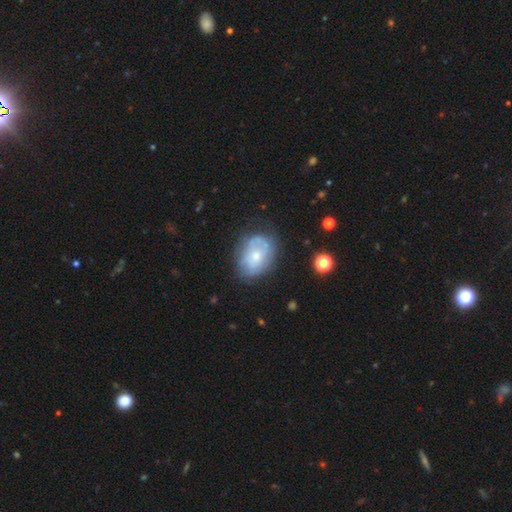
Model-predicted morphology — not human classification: Overall: featured or disk (53%; smooth 40%). Edge-on disk: no (96%). Bar: no (84%). Spiral arms: no (53%; yes 47%). Bulge size: small (48%; moderate 46%). Merging: none (59%; minor disturbance 26%).